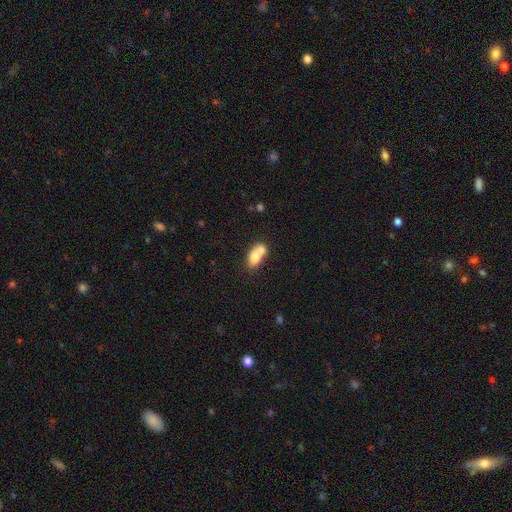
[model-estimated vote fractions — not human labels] Morphology: type=smooth (71%); roundness=in between (81%); merging=merger (57%).